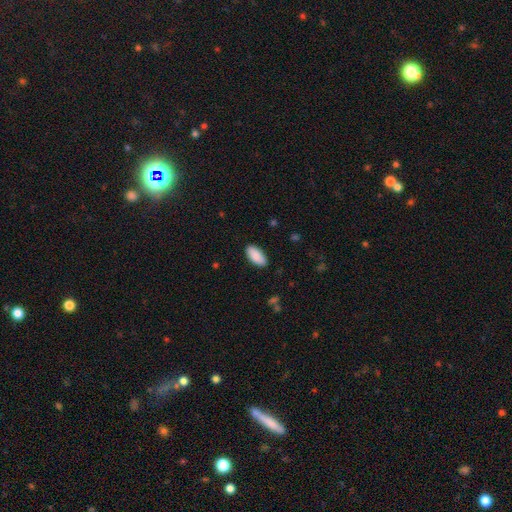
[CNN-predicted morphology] This appears to be a smooth galaxy with no disk features (88%) that is in between round and cigar-shaped (92%). Merging: none (87%).